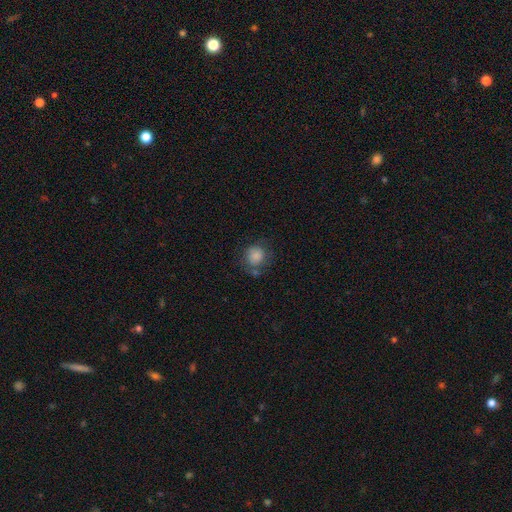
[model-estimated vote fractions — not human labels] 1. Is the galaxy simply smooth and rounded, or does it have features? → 82% smooth, 9% featured or disk, 9% star or artifact.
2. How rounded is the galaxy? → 82% round, 17% in between, 1% cigar-shaped.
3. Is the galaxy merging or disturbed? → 62% none, 21% minor disturbance, 10% major disturbance, 6% merger.